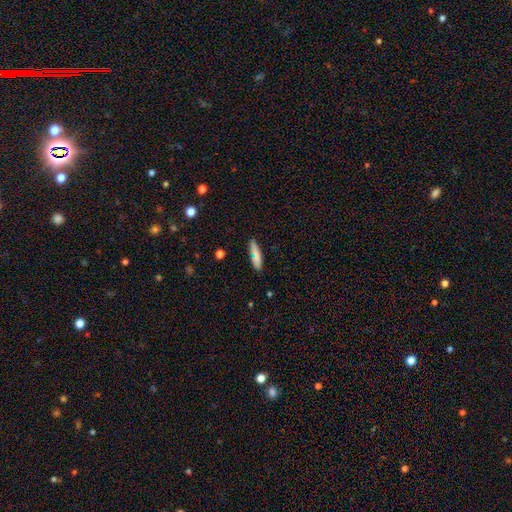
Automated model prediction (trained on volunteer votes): Smooth or featured? Predicted: smooth (p=0.79). How rounded? Predicted: cigar-shaped (p=0.69). Merging? Predicted: none (p=0.85).